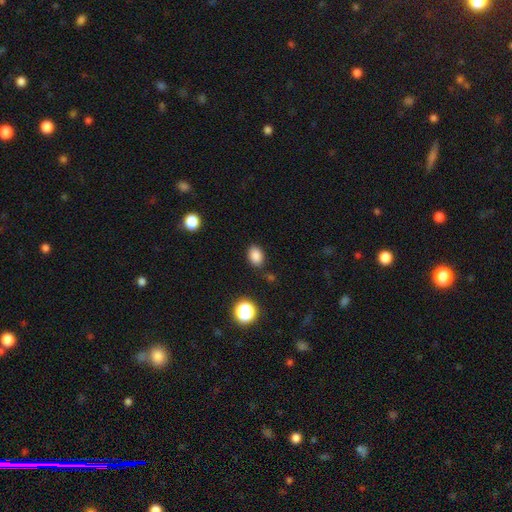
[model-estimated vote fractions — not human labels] This is clearly a smooth galaxy (85%). How rounded: likely in between (76%). Merging: clearly none (83%).